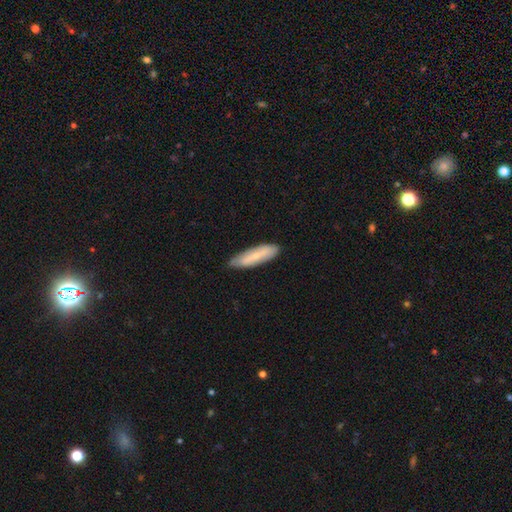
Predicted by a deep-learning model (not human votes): This is likely a smooth galaxy (69%). How rounded: likely cigar-shaped (67%). Merging: clearly none (82%).